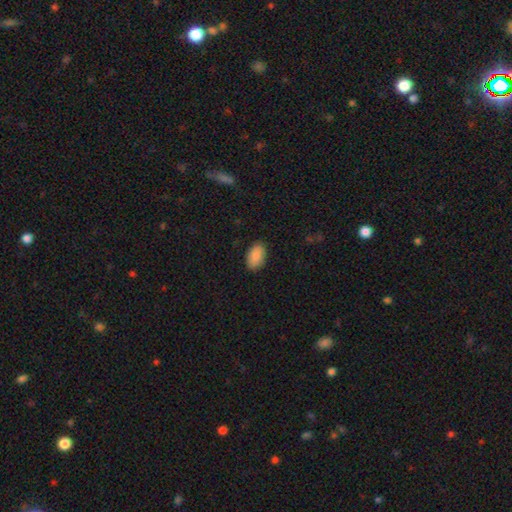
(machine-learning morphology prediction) Smooth or featured? smooth (88%)
How rounded? in between (93%)
Merging? none (88%)